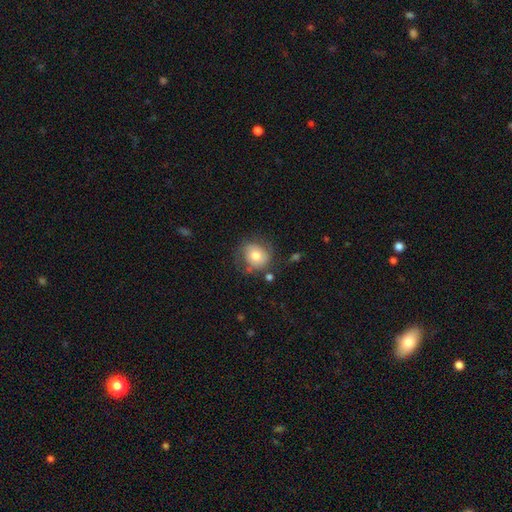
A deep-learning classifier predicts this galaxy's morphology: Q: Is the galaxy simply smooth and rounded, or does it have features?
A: smooth — 68%.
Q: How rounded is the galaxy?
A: round — 78%.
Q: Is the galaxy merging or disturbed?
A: none — 65%.